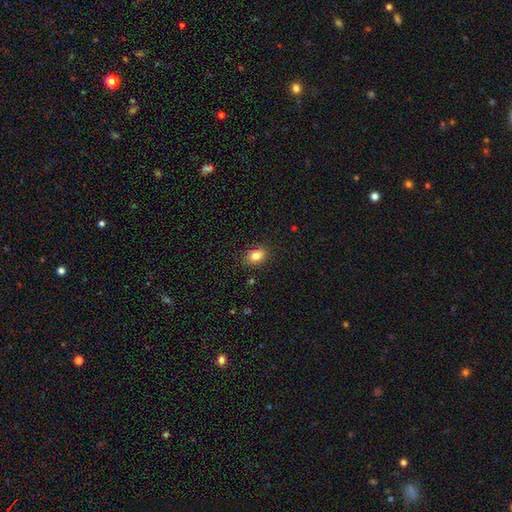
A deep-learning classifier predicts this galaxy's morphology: This appears to be a smooth galaxy with no disk features (82%) that is in between round and cigar-shaped (71%). Merging: none (86%).